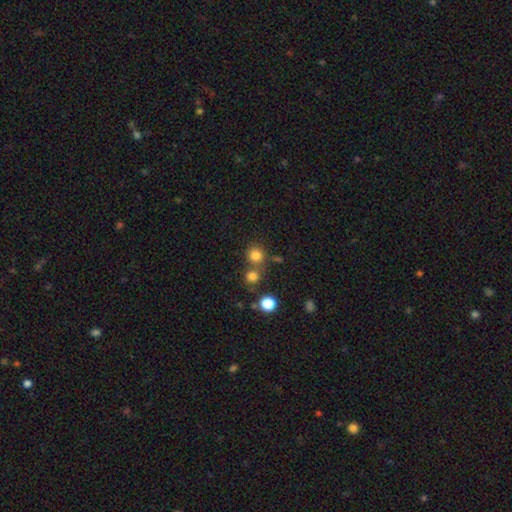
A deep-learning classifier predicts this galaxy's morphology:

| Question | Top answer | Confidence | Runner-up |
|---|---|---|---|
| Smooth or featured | smooth | 79% | star or artifact (15%) |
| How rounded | round | 88% | in between (11%) |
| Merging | none | 66% | merger (22%) |